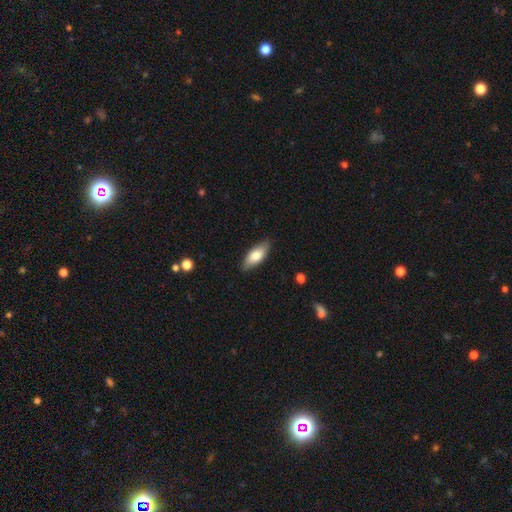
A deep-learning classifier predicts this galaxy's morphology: A smooth galaxy with no disk features (77%) that is in between round and cigar-shaped (80%).

Vote fractions:
- Smooth or featured? smooth: 77% / featured or disk: 18% / star or artifact: 6%
- How rounded? in between: 80% / cigar-shaped: 18% / round: 2%
- Merging? none: 85% / minor disturbance: 12% / major disturbance: 2% / merger: 1%